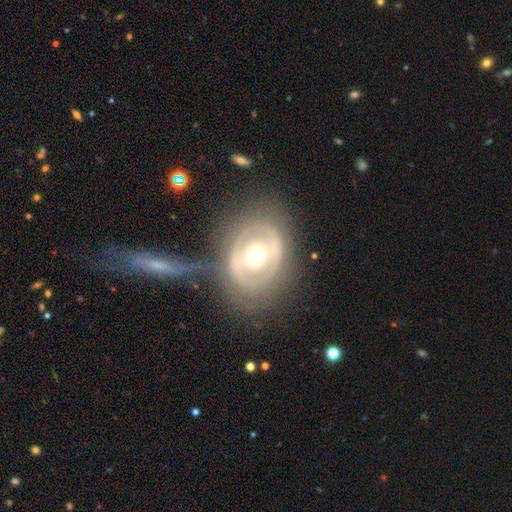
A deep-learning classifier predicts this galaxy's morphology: This is likely a featured or disk galaxy (71%). It is clearly not viewed edge-on (94%). Bar: possibly no (46%). Spiral arm pattern: likely no (61%). Central bulge: likely moderate (73%). Merging: possibly none (54%).